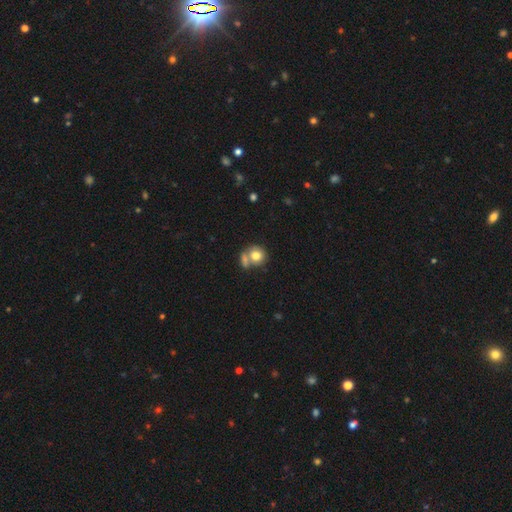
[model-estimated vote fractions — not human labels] smooth 77%, featured or disk 14%, star or artifact 9%. Down the decision tree: how rounded — round (82%); merging — none (45%).